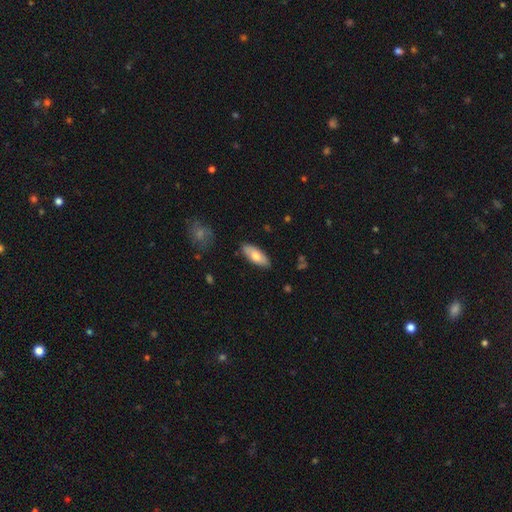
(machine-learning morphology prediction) Q: Smooth or featured?
A: smooth (68%); runner-up: featured or disk (26%)
Q: How rounded?
A: in between (81%); runner-up: cigar-shaped (17%)
Q: Merging?
A: none (85%); runner-up: minor disturbance (11%)